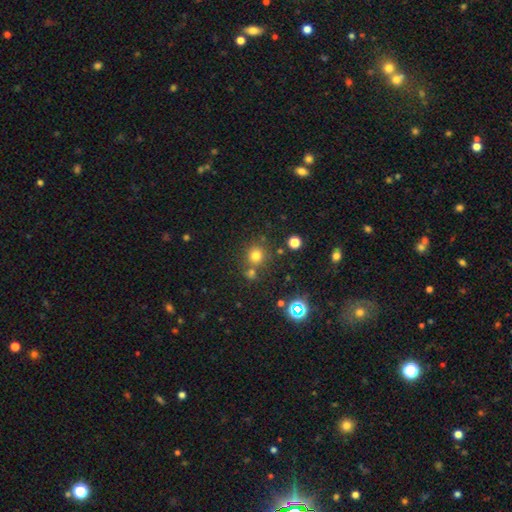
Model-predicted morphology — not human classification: This appears to be a smooth galaxy with no disk features (72%) that is round (89%). Merging: none (70%).